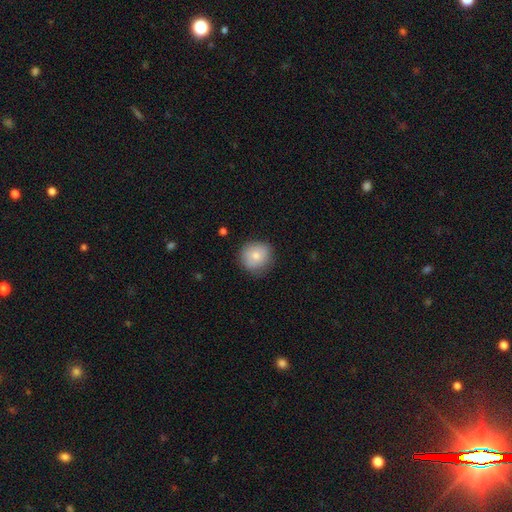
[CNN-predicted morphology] smooth 78%, featured or disk 14%, star or artifact 8%. Down the decision tree: how rounded — round (89%); merging — none (77%).